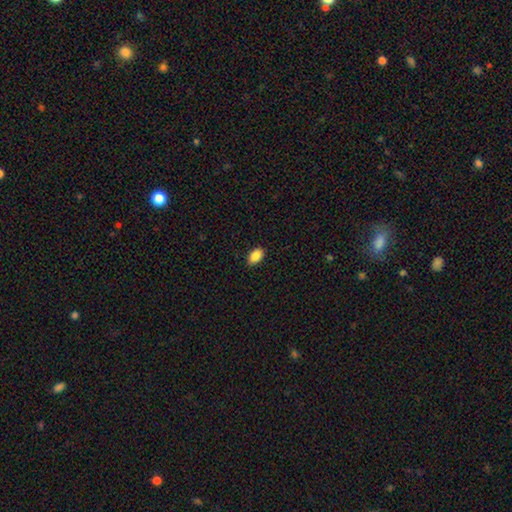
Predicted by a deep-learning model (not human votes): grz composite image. It shows a smooth galaxy with no disk features (88%) that is in between round and cigar-shaped (92%). Merging: none (89%).